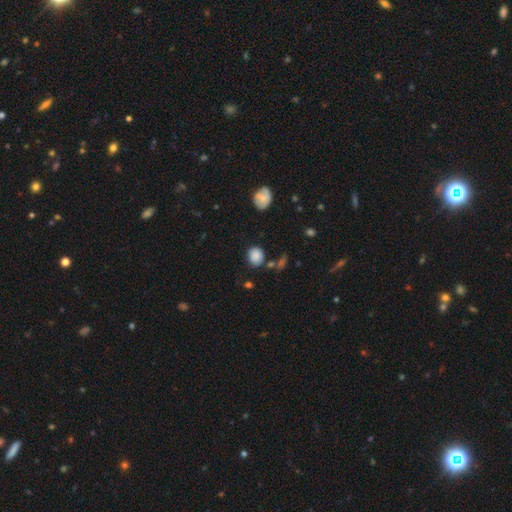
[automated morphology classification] smooth-or-featured: smooth: 85% | star or artifact: 10% | featured or disk: 5%
  how-rounded: round: 69% | in between: 30% | cigar-shaped: 1%
  merging: none: 76% | minor disturbance: 14% | merger: 6% | major disturbance: 4%